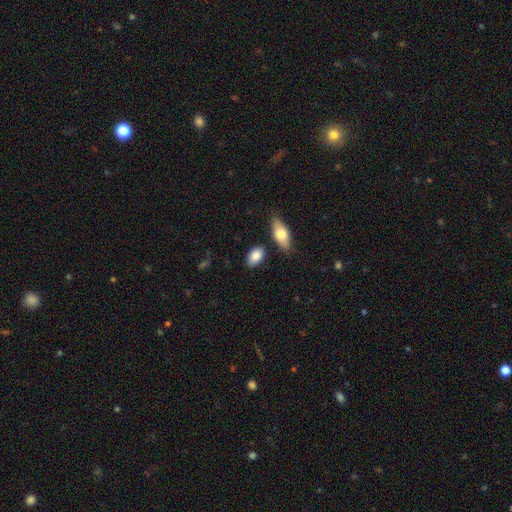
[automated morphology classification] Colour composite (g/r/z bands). It shows a smooth galaxy with no disk features (84%) that is in between round and cigar-shaped (89%). Merging: none (78%).